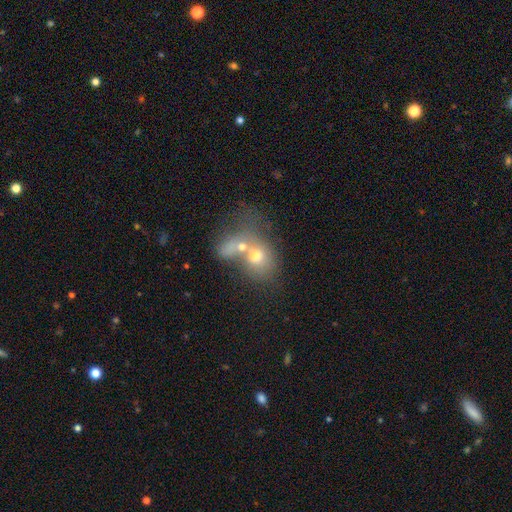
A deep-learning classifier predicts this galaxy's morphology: Smooth or featured: smooth — 54% (featured or disk — 30%)
How rounded: round — 55% (in between — 43%)
Merging: merger — 70% (none — 16%)